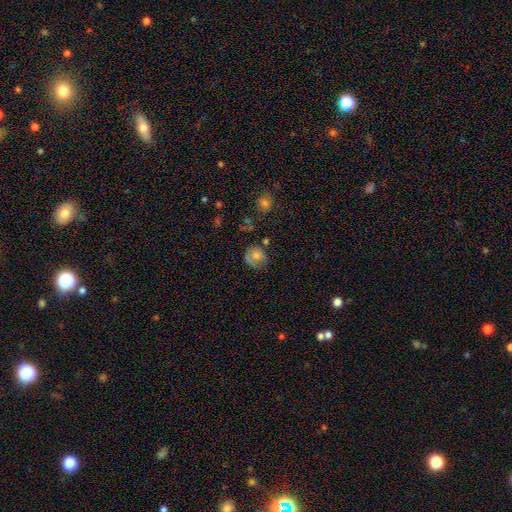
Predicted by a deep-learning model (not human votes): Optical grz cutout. It shows a smooth galaxy with no disk features (69%) that is round (81%). Merging: none (60%).